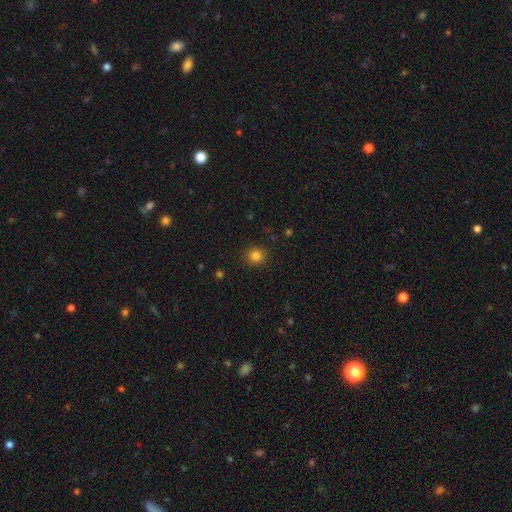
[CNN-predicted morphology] This appears to be a smooth galaxy with no disk features (83%) that is round (89%). Merging: none (91%).